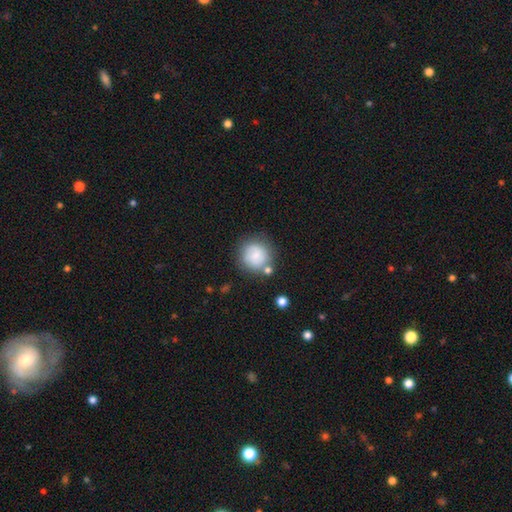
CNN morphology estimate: Smooth or featured: smooth — 73% (featured or disk — 19%)
How rounded: round — 90% (in between — 9%)
Merging: none — 65% (minor disturbance — 17%)